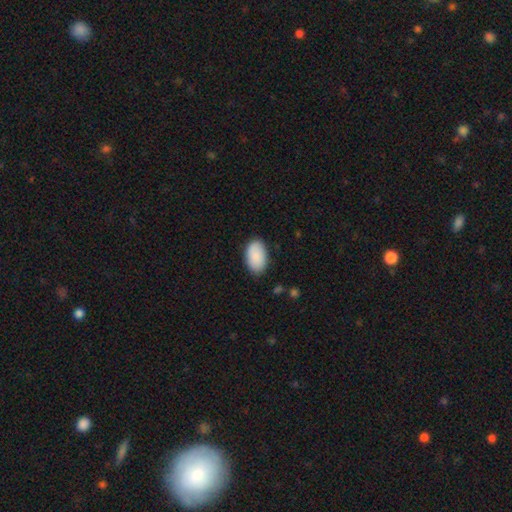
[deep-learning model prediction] Smooth or featured? Predicted: smooth (p=0.90). How rounded? Predicted: in between (p=0.94). Merging? Predicted: none (p=0.84).